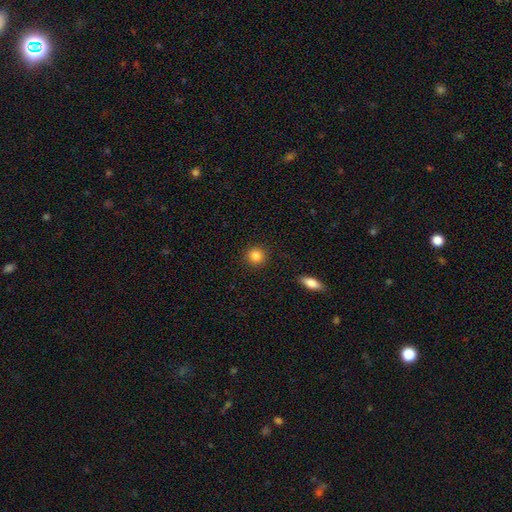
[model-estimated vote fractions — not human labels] A smooth galaxy with no disk features (85%) that is round (93%).

Vote fractions:
- Smooth or featured? smooth: 85% / star or artifact: 10% / featured or disk: 5%
- How rounded? round: 93% / in between: 6% / cigar-shaped: 1%
- Merging? none: 91% / minor disturbance: 5% / major disturbance: 2% / merger: 1%